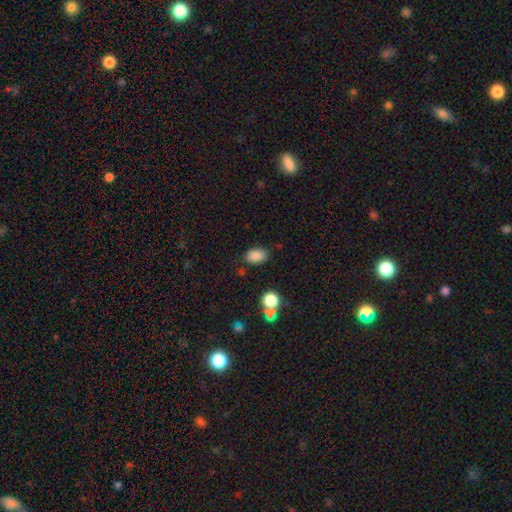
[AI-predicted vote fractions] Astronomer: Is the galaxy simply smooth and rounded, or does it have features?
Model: smooth — 85%.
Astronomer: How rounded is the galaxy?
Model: in between — 84%.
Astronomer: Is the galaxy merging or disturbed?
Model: none — 79%.